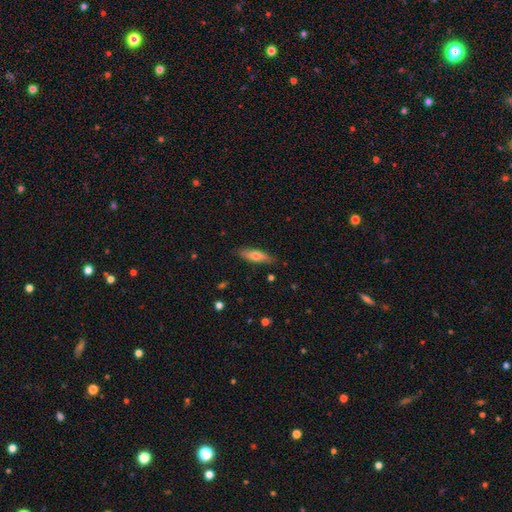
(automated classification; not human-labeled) A smooth galaxy with no disk features (63%) that is cigar-shaped (59%).

Vote fractions:
- Smooth or featured? smooth: 63% / featured or disk: 31% / star or artifact: 6%
- How rounded? cigar-shaped: 59% / in between: 39% / round: 2%
- Merging? none: 85% / minor disturbance: 12% / major disturbance: 2% / merger: 1%